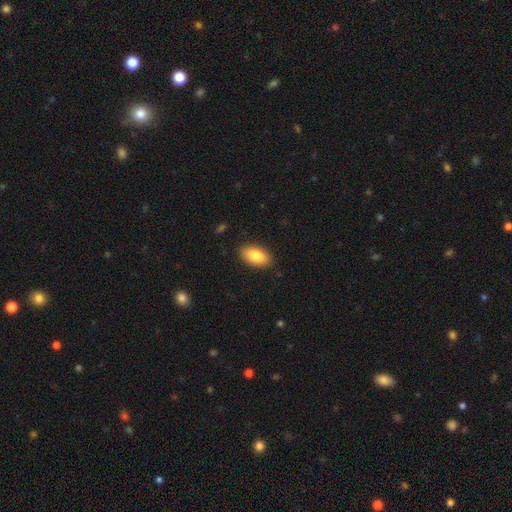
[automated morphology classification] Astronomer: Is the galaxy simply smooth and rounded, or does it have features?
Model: smooth — 82%.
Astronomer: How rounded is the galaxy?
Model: in between — 93%.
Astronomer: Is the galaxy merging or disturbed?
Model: none — 88%.